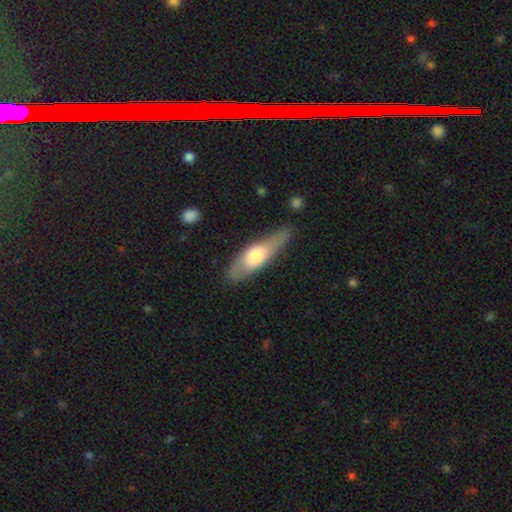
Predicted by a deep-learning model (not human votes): smooth 54%, featured or disk 41%, star or artifact 5%. Down the decision tree: how rounded — cigar-shaped (55%); merging — none (74%).